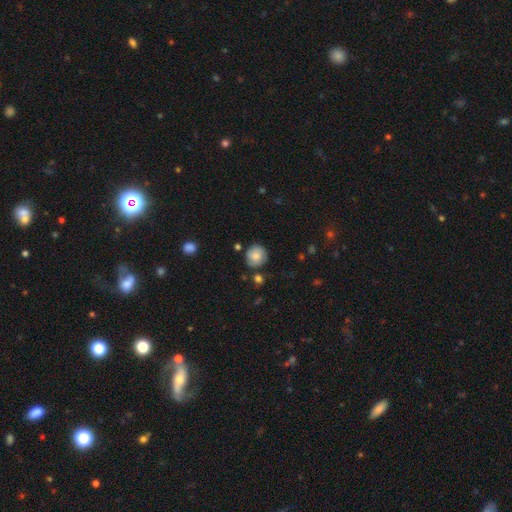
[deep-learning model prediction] A smooth galaxy with no disk features (69%) that is round (89%).

Vote fractions:
- Smooth or featured? smooth: 69% / featured or disk: 22% / star or artifact: 9%
- How rounded? round: 89% / in between: 10% / cigar-shaped: 1%
- Merging? none: 78% / minor disturbance: 15% / merger: 4% / major disturbance: 4%